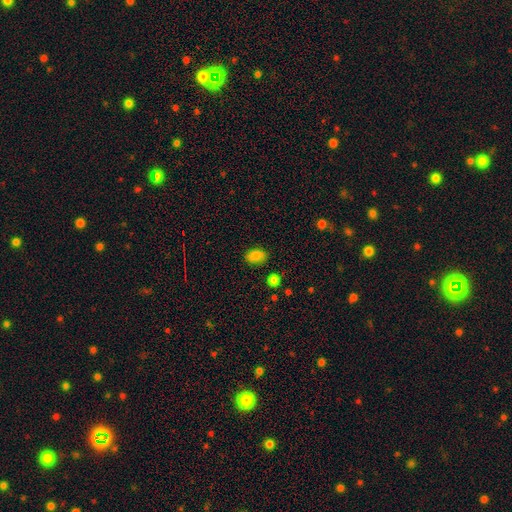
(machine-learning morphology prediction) smooth-or-featured: smooth: 84% | star or artifact: 11% | featured or disk: 5%
  how-rounded: in between: 84% | round: 15% | cigar-shaped: 1%
  merging: none: 84% | minor disturbance: 12% | major disturbance: 3% | merger: 2%